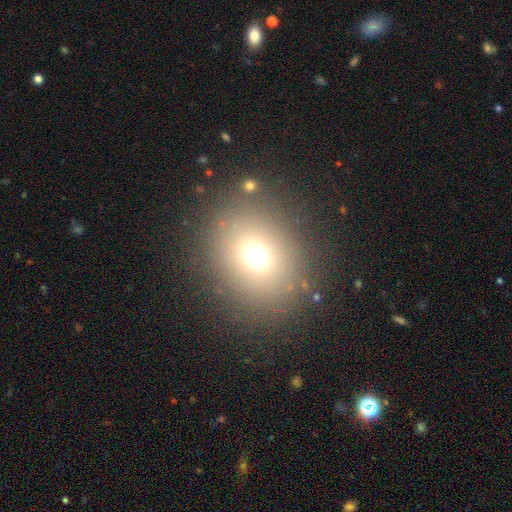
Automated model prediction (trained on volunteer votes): The model was most divided on "how rounded": round: 64%, in between: 35%, cigar-shaped: 1%. More confident: merging — none (83%); smooth or featured — smooth (67%).